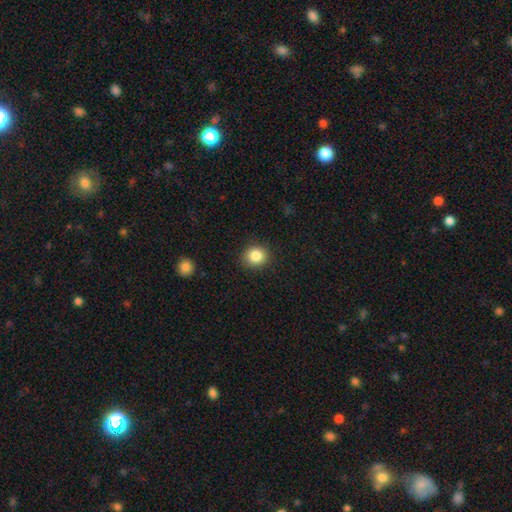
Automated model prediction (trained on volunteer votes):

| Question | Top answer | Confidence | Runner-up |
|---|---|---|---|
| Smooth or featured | smooth | 85% | star or artifact (10%) |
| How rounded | round | 78% | in between (21%) |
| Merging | none | 88% | minor disturbance (8%) |